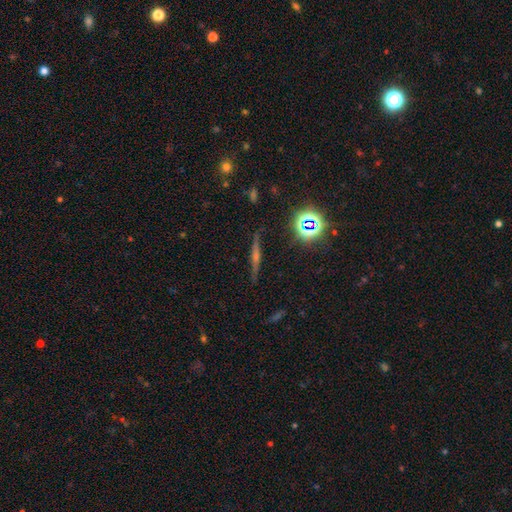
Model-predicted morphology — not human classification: This is possibly a featured or disk galaxy (59%). It is clearly viewed edge-on (95%). Edge-on bulge: likely rounded (74%). Merging: clearly none (88%).